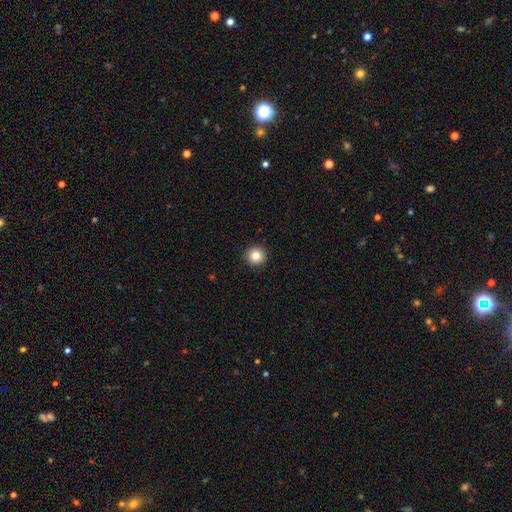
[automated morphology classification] Smooth or featured? Predicted: smooth (p=0.84). How rounded? Predicted: round (p=0.96). Merging? Predicted: none (p=0.93).